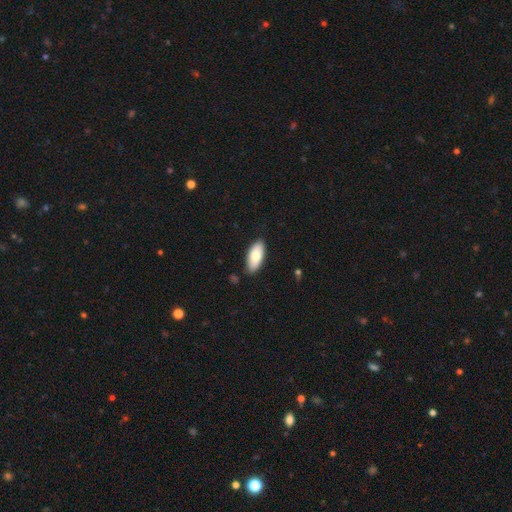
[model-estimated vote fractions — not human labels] smooth_or_featured: smooth (p=0.78) [alt: featured or disk p=0.16]
how_rounded: in between (p=0.89) [alt: cigar-shaped p=0.09]
merging: none (p=0.85) [alt: minor disturbance p=0.11]